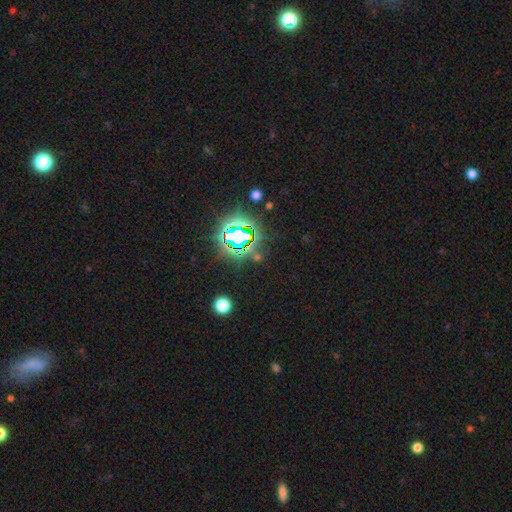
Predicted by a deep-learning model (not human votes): Smooth or featured? star or artifact (75%)